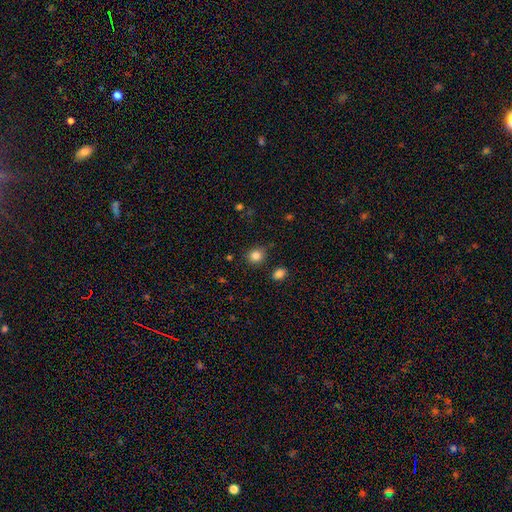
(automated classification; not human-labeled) Morphology: type=smooth (84%); roundness=round (81%); merging=none (84%).